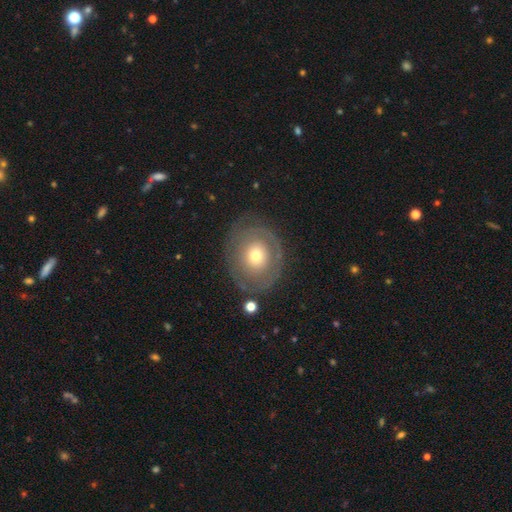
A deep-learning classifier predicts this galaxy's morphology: Smooth or featured: featured or disk — 52% (smooth — 41%)
Edge-on disk: no — 95% (yes — 5%)
Merging: none — 75% (minor disturbance — 15%)